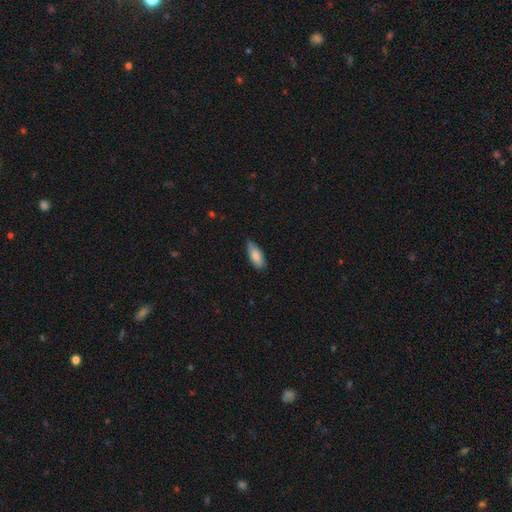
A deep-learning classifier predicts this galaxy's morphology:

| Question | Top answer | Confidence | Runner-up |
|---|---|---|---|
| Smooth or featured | smooth | 82% | featured or disk (12%) |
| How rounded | in between | 82% | cigar-shaped (16%) |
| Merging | none | 72% | minor disturbance (24%) |